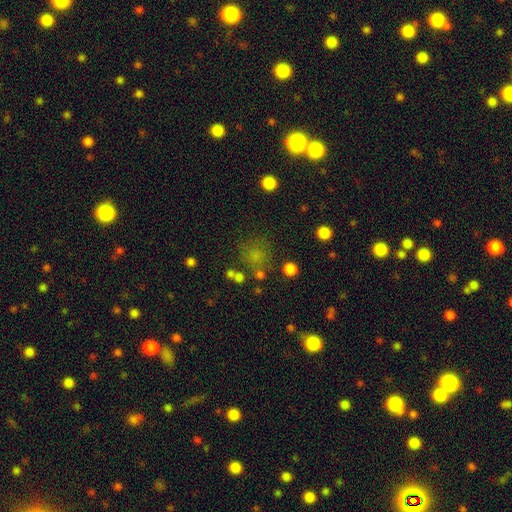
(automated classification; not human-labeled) This is likely a smooth galaxy (68%). How rounded: clearly round (86%). Merging: likely none (70%).